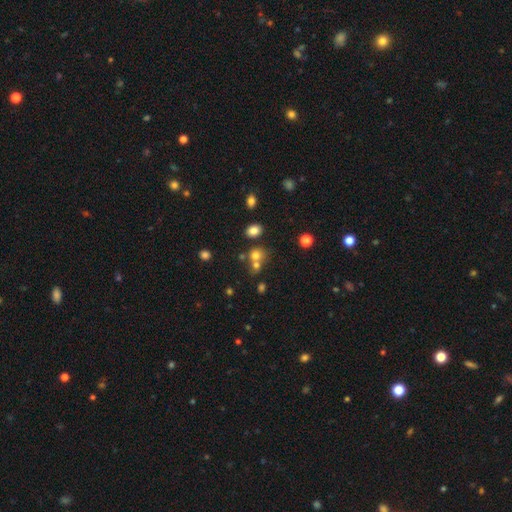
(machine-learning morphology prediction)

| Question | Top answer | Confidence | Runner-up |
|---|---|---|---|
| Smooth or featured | smooth | 71% | star or artifact (18%) |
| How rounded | round | 72% | in between (27%) |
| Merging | none | 47% | merger (41%) |